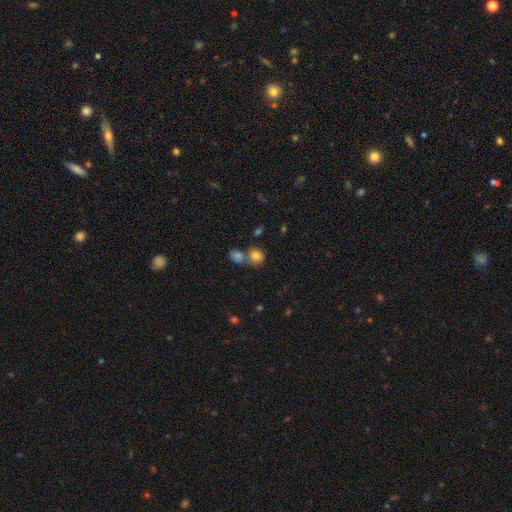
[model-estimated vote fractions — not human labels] Smooth or featured: smooth — 80% (star or artifact — 11%)
How rounded: round — 60% (in between — 39%)
Merging: none — 45% (merger — 41%)